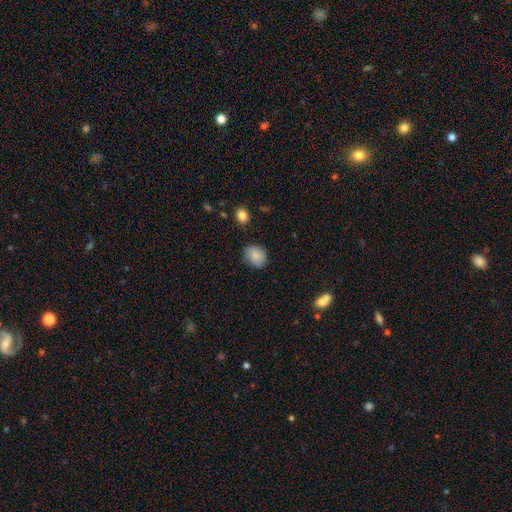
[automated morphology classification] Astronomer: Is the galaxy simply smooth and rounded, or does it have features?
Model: smooth — 86%.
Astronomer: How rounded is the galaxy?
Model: round — 55% (runner-up: in between, 44%).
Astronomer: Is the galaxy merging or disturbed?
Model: none — 73%.